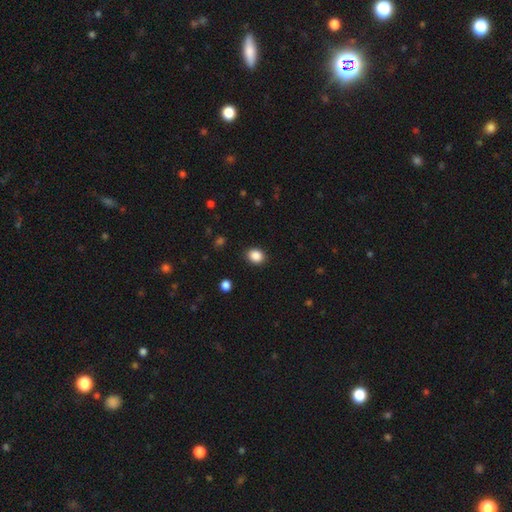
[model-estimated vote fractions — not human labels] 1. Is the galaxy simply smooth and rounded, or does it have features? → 88% smooth, 9% star or artifact, 3% featured or disk.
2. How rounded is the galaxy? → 56% round, 43% in between, 1% cigar-shaped.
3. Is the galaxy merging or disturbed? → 89% none, 8% minor disturbance, 2% major disturbance, 1% merger.